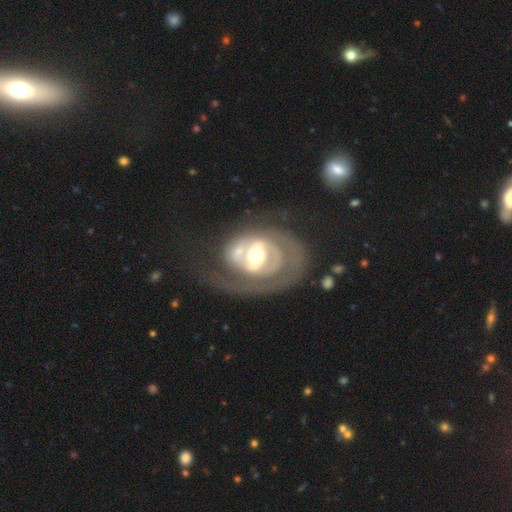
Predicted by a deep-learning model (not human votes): smooth-or-featured: featured or disk: 83% | smooth: 12% | star or artifact: 5%
  disk-edge-on: no: 97% | yes: 3%
    bar: weak: 41% | strong: 33% | no: 26%
    has-spiral-arms: yes: 80% | no: 20%
      spiral-winding: tight: 55% | medium: 31% | loose: 14%
      spiral-arm-count: 2: 48% | 1: 23% | can't tell: 19% | 3: 5% | 4: 2% | more than 4: 2%
    bulge-size: moderate: 66% | small: 17% | large: 14% | dominant: 1% | none: 1%
  merging: none: 41% | major disturbance: 29% | minor disturbance: 19% | merger: 11%